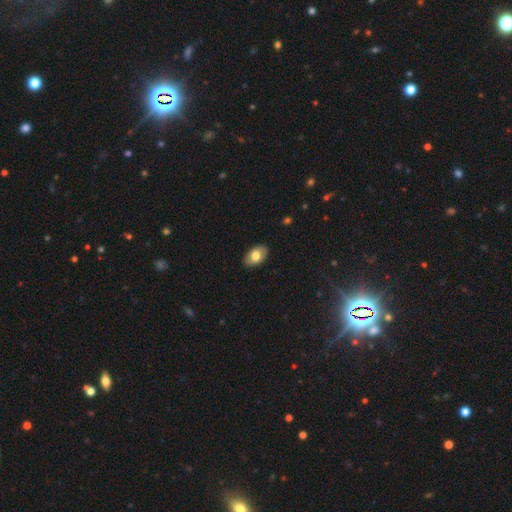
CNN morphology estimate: A smooth galaxy with no disk features (77%) that is in between round and cigar-shaped (91%). Merging: none (88%).